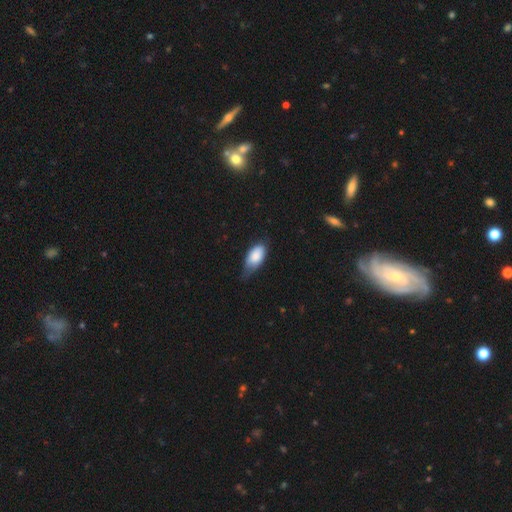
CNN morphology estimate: smooth 83%, featured or disk 10%, star or artifact 6%. Down the decision tree: how rounded — in between (92%); merging — minor disturbance (50%).